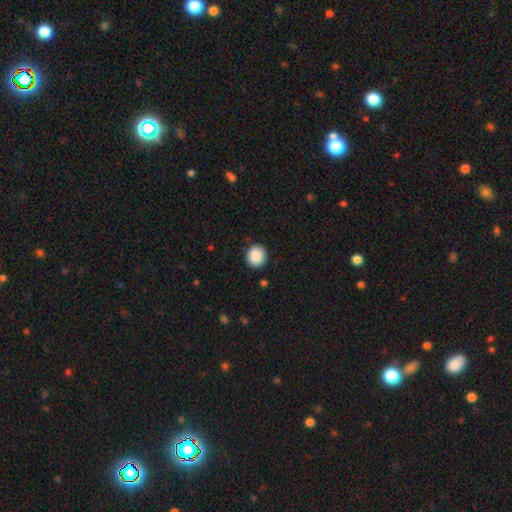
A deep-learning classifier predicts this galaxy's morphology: Overall: smooth (89%). How rounded: round (87%). Merging: none (90%).